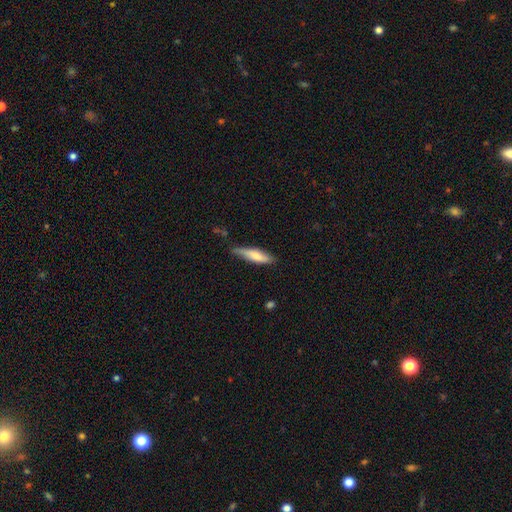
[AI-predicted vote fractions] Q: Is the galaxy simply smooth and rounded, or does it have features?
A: smooth — 68%.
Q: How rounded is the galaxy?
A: cigar-shaped — 72%.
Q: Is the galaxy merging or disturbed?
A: none — 65%.